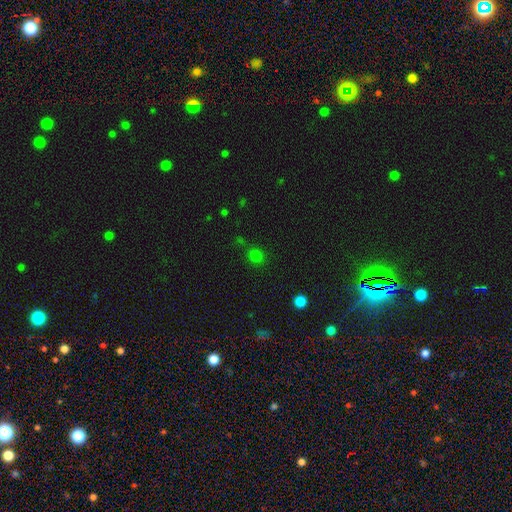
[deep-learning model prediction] This is likely a smooth galaxy (72%). How rounded: clearly round (88%). Merging: clearly none (80%).